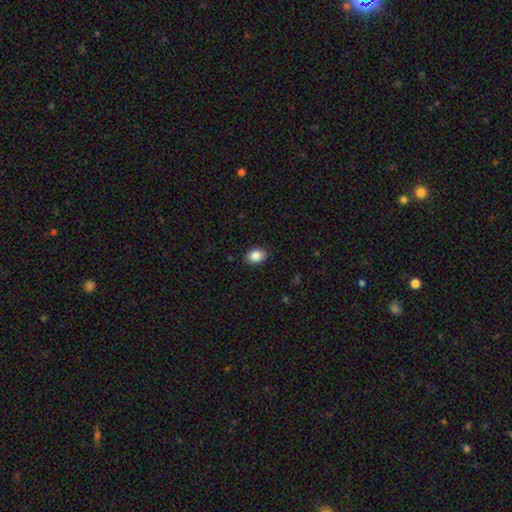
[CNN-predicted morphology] smooth_or_featured: smooth (p=0.87) [alt: star or artifact p=0.08]
how_rounded: in between (p=0.69) [alt: round p=0.30]
merging: none (p=0.88) [alt: minor disturbance p=0.09]